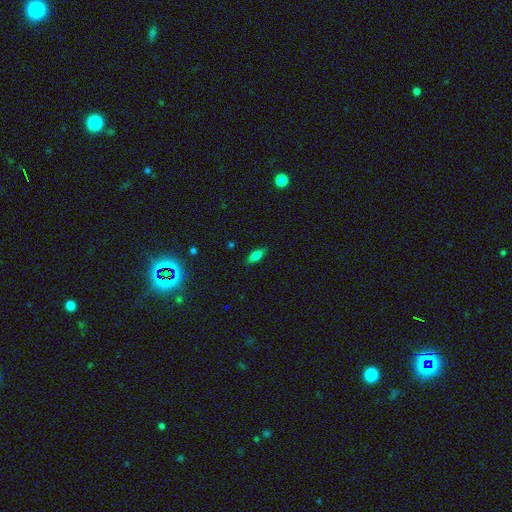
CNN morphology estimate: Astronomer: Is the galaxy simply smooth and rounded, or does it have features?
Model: smooth — 74%.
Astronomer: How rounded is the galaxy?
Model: in between — 74%.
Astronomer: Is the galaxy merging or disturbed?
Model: none — 84%.